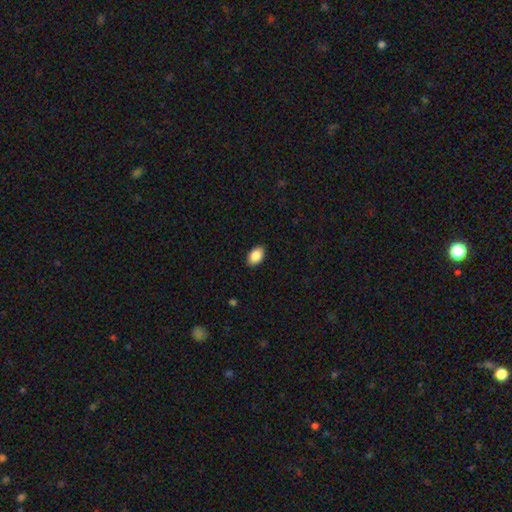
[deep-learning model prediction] The model was most divided on "smooth or featured": smooth: 87%, star or artifact: 7%, featured or disk: 5%. More confident: how rounded — in between (90%); merging — none (89%).